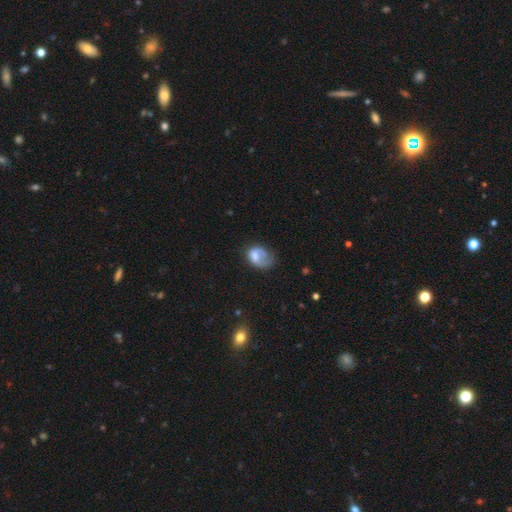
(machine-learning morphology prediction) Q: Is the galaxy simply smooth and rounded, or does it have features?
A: smooth — 53%.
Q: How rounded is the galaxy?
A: in between — 70%.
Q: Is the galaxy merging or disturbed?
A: major disturbance — 40%.